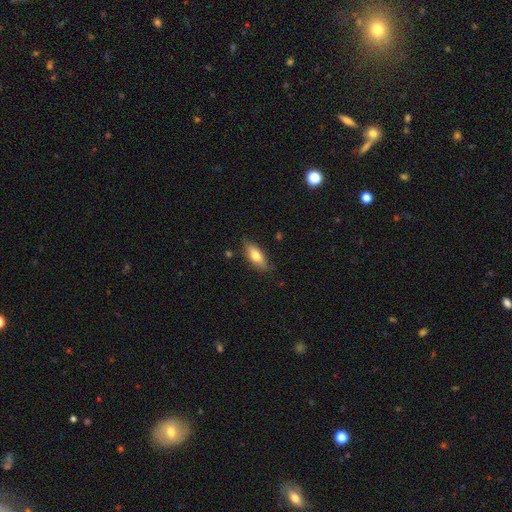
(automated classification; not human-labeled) The model was most divided on "how rounded": in between: 69%, cigar-shaped: 28%, round: 3%. More confident: merging — none (80%); smooth or featured — smooth (68%).